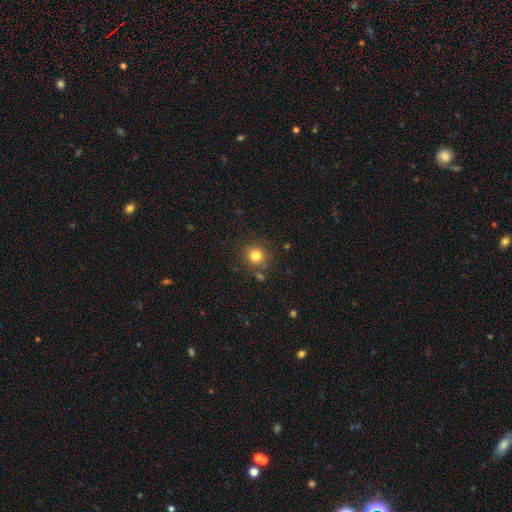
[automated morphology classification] smooth-or-featured: smooth: 81% | star or artifact: 13% | featured or disk: 6%
  how-rounded: round: 90% | in between: 9% | cigar-shaped: 1%
  merging: none: 83% | minor disturbance: 9% | merger: 5% | major disturbance: 3%